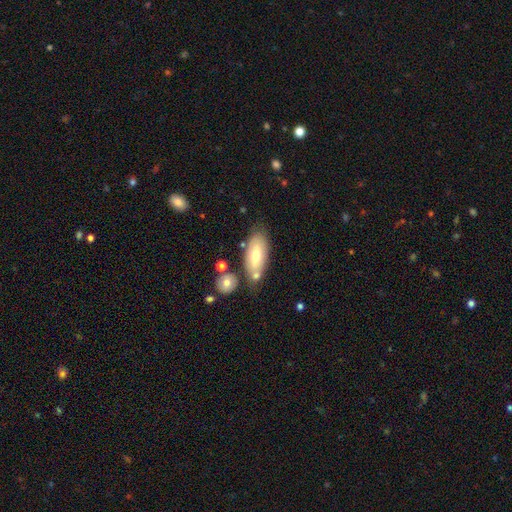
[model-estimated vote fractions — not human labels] Smooth or featured? smooth (64%)
How rounded? in between (83%)
Merging? none (60%)